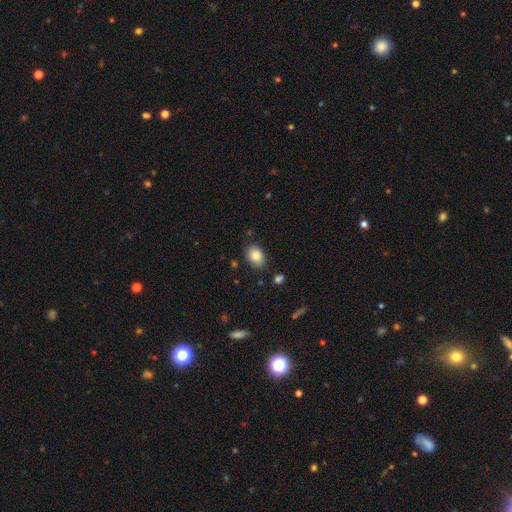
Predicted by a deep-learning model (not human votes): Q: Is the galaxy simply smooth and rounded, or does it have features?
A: smooth — 85%.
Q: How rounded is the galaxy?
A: in between — 78%.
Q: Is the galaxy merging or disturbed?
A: none — 83%.